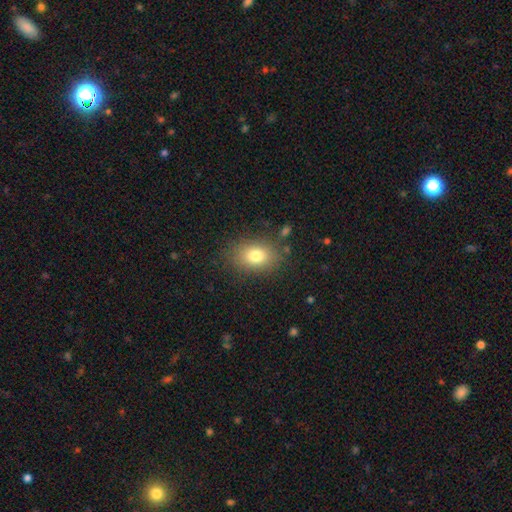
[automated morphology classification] A smooth galaxy with no disk features (79%) that is in between round and cigar-shaped (72%).

Vote fractions:
- Smooth or featured? smooth: 79% / star or artifact: 11% / featured or disk: 10%
- How rounded? in between: 72% / round: 27% / cigar-shaped: 1%
- Merging? none: 82% / minor disturbance: 11% / major disturbance: 4% / merger: 2%